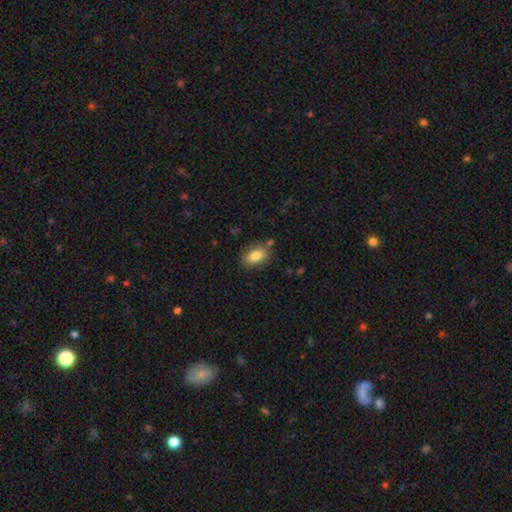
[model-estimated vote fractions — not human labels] The model was most divided on "merging": none: 77%, minor disturbance: 14%, merger: 6%, major disturbance: 3%. More confident: how rounded — in between (88%); smooth or featured — smooth (82%).